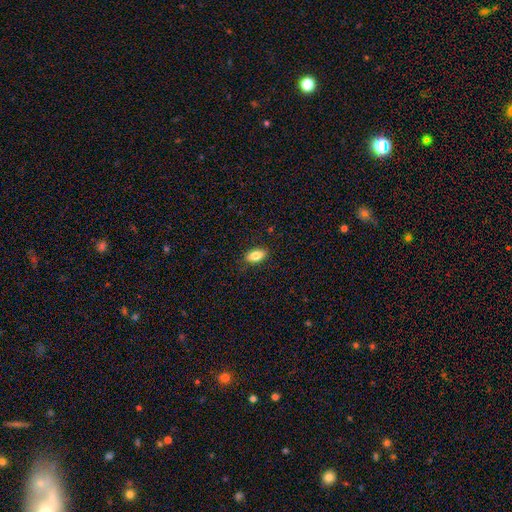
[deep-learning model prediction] Smooth or featured?
  - smooth: 82% *
  - featured or disk: 10%
  - star or artifact: 8%
How rounded?
  - in between: 89% *
  - cigar-shaped: 6%
  - round: 5%
Merging?
  - none: 86% *
  - minor disturbance: 10%
  - major disturbance: 2%
  - merger: 1%